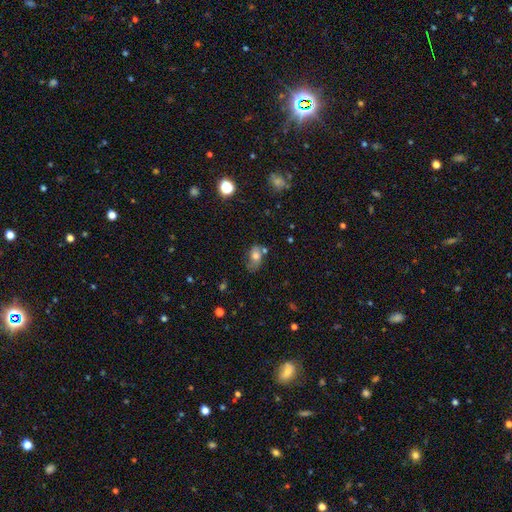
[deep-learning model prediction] A smooth galaxy with no disk features (69%) that is in between round and cigar-shaped (82%).

Vote fractions:
- Smooth or featured? smooth: 69% / featured or disk: 19% / star or artifact: 12%
- How rounded? in between: 82% / round: 16% / cigar-shaped: 2%
- Merging? none: 50% / minor disturbance: 28% / merger: 12% / major disturbance: 10%